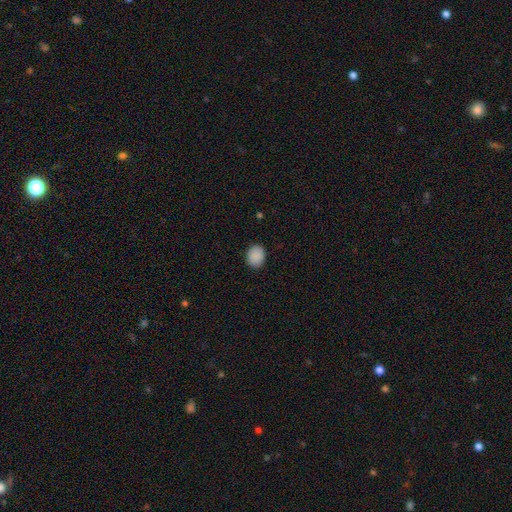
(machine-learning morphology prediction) The model was most divided on "how rounded": round: 54%, in between: 45%, cigar-shaped: 1%. More confident: smooth or featured — smooth (89%); merging — none (88%).